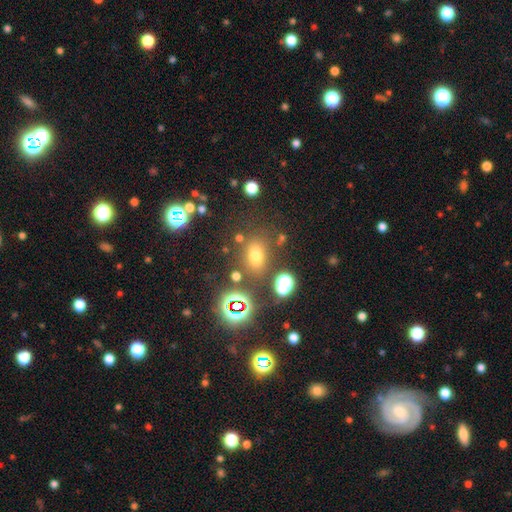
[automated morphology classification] Smooth or featured? Predicted: smooth (p=0.61). How rounded? Predicted: in between (p=0.65). Merging? Predicted: none (p=0.74).